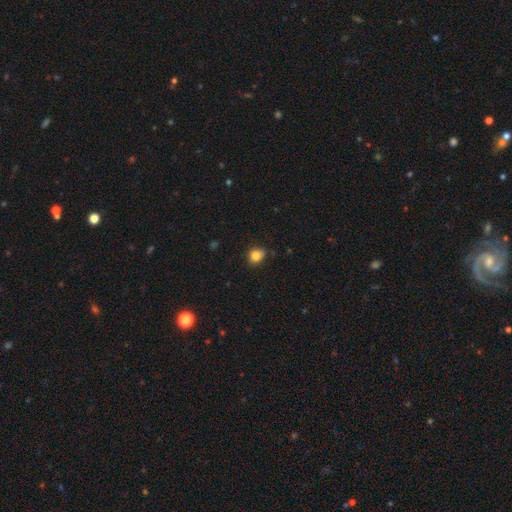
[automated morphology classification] Smooth or featured?
  - smooth: 84% *
  - star or artifact: 11%
  - featured or disk: 6%
How rounded?
  - round: 58% *
  - in between: 41%
  - cigar-shaped: 1%
Merging?
  - none: 79% *
  - minor disturbance: 17%
  - major disturbance: 3%
  - merger: 1%